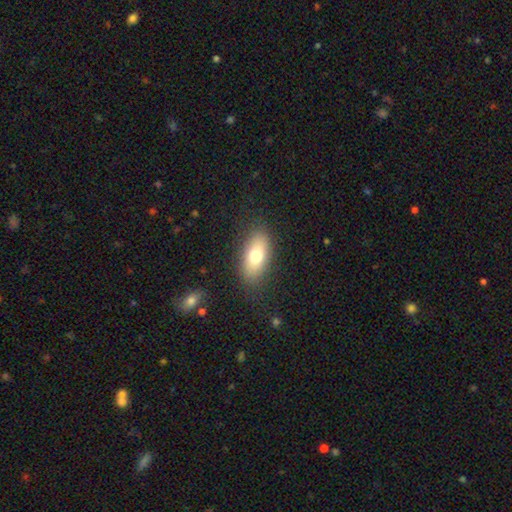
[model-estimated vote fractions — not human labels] A smooth galaxy with no disk features (72%) that is in between round and cigar-shaped (85%). Merging: none (85%).